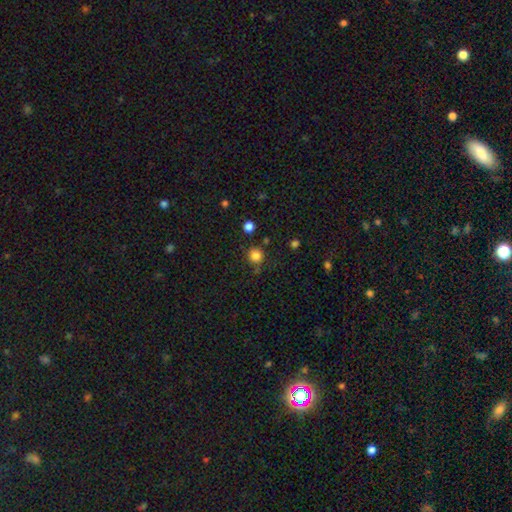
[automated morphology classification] smooth-or-featured: smooth: 82% | star or artifact: 13% | featured or disk: 5%
  how-rounded: round: 91% | in between: 8% | cigar-shaped: 1%
  merging: none: 78% | minor disturbance: 12% | merger: 6% | major disturbance: 4%